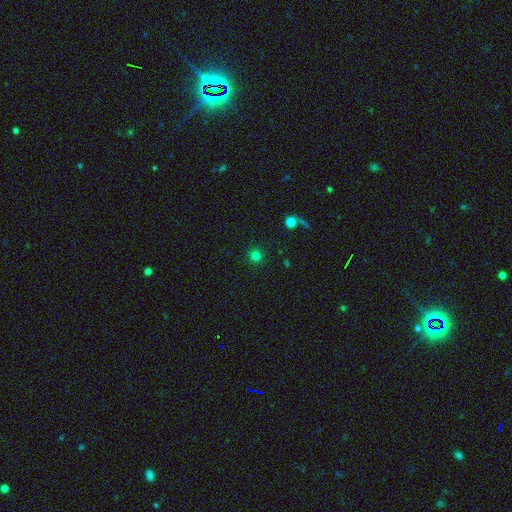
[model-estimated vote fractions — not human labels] This appears to be a smooth galaxy with no disk features (78%) that is round (95%). Merging: none (90%).